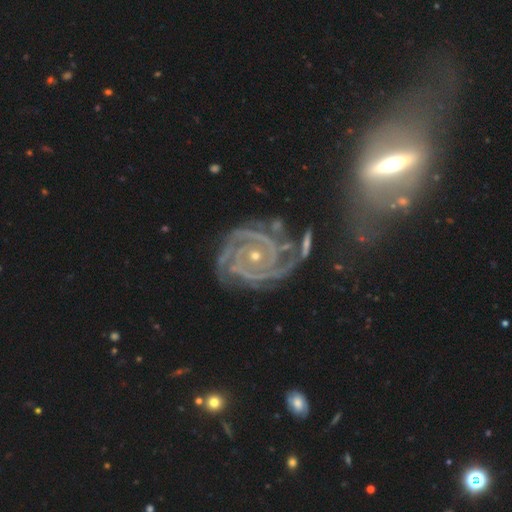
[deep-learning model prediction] Smooth or featured? featured or disk (93%)
Edge-on disk? no (97%)
Bar? no (55%)
Spiral arms? yes (99%)
Spiral winding? tight (78%)
Spiral arm count? 2 (31%)
Bulge size? small (76%)
Merging? none (64%)